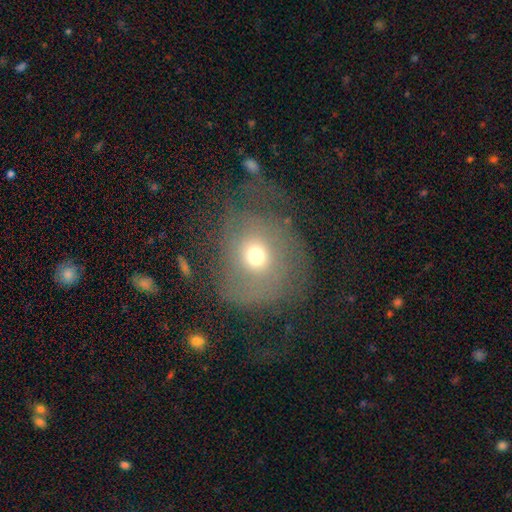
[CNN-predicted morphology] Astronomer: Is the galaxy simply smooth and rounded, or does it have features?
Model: smooth — 54% (runner-up: featured or disk, 33%).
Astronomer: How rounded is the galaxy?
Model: round — 74%.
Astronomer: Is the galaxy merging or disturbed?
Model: none — 45% (runner-up: major disturbance, 32%).